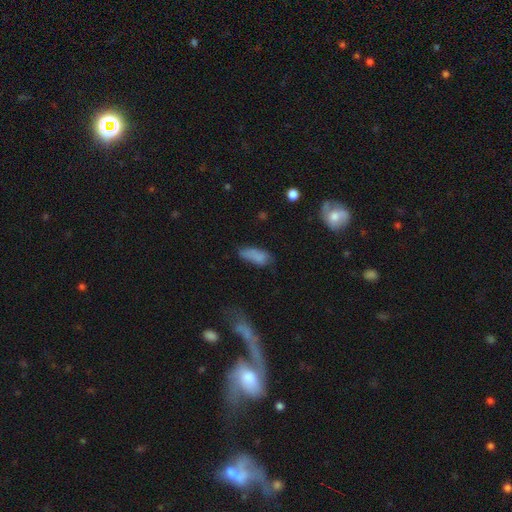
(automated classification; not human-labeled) Morphology: type=smooth (80%); roundness=in between (74%); merging=none (49%).